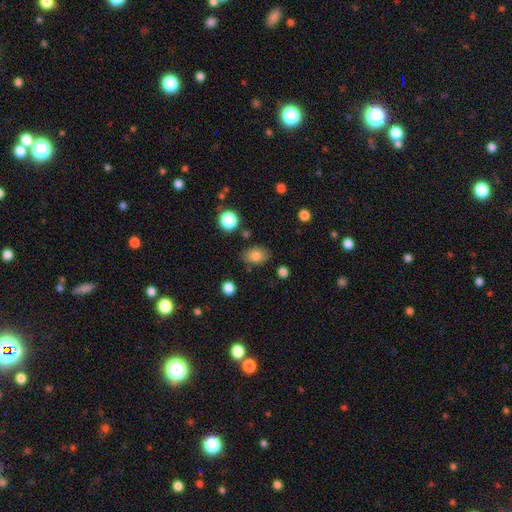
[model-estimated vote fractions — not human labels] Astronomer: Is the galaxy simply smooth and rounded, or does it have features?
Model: smooth — 81%.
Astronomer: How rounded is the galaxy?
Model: in between — 79%.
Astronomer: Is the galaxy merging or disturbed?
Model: none — 80%.